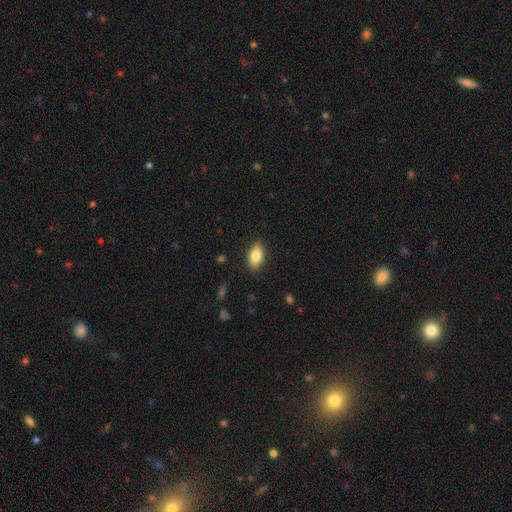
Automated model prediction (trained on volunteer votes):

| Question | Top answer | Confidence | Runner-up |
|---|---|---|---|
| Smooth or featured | smooth | 78% | featured or disk (15%) |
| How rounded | in between | 88% | cigar-shaped (7%) |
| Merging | none | 88% | minor disturbance (9%) |